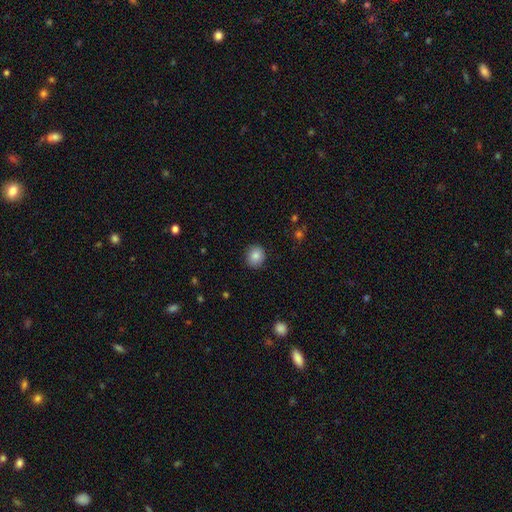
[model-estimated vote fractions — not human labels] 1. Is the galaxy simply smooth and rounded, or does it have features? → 85% smooth, 9% star or artifact, 7% featured or disk.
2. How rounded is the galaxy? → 82% round, 17% in between, 1% cigar-shaped.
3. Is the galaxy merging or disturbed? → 89% none, 8% minor disturbance, 2% major disturbance, 1% merger.